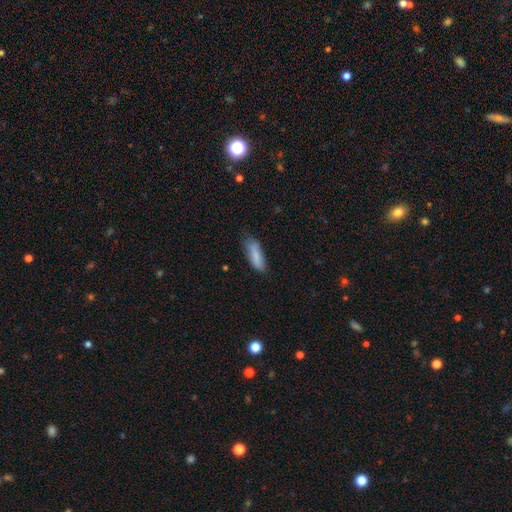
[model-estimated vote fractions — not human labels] Morphology: type=smooth (83%); roundness=in between (51%); merging=none (62%).